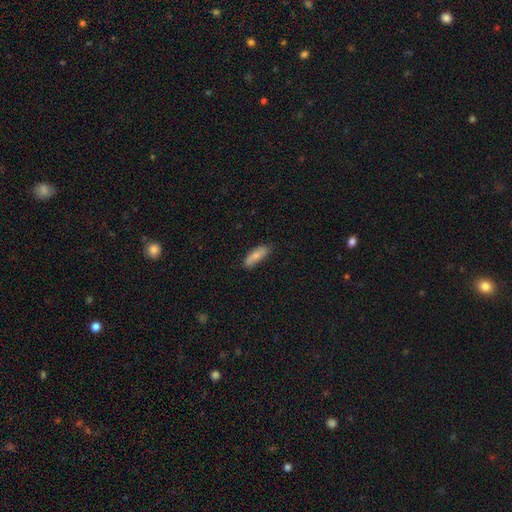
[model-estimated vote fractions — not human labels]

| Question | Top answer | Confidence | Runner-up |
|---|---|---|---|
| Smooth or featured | smooth | 79% | featured or disk (15%) |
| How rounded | in between | 59% | cigar-shaped (39%) |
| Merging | none | 75% | minor disturbance (20%) |